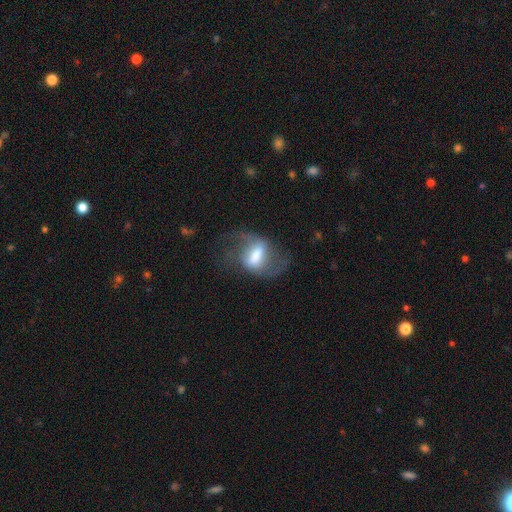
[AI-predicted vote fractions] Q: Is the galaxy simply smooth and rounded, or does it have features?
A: featured or disk — 66%.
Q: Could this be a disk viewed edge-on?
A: no — 94%.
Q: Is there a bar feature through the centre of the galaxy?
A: strong — 48%.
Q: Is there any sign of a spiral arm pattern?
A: yes — 82%.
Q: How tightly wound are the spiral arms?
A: loose — 62%.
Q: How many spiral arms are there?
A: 2 — 87%.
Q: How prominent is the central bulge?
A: moderate — 37%.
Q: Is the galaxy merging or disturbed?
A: none — 51%.